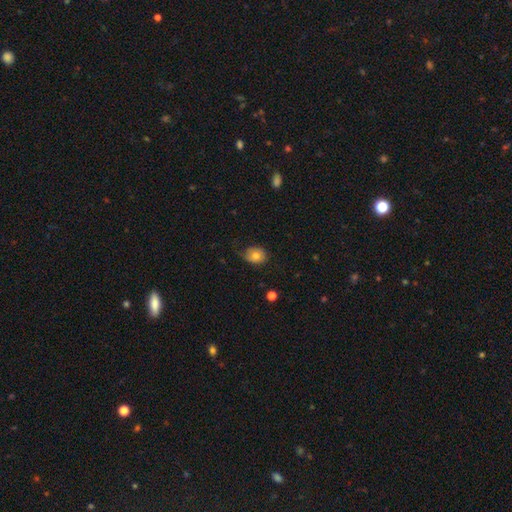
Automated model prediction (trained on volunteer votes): smooth_or_featured: smooth (p=0.75) [alt: featured or disk p=0.16]
how_rounded: in between (p=0.50) [alt: round p=0.49]
merging: none (p=0.64) [alt: minor disturbance p=0.28]